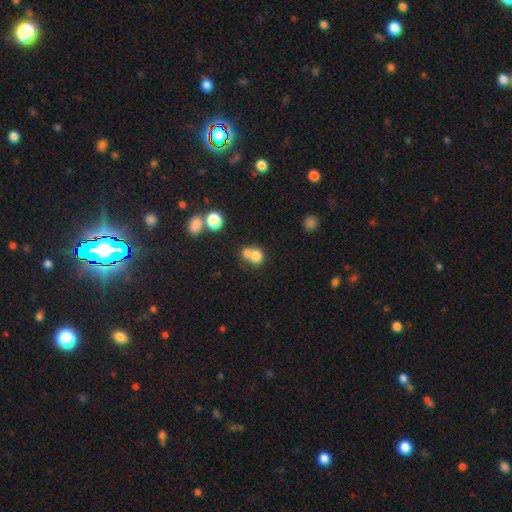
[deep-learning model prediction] Smooth or featured: smooth — 75% (featured or disk — 13%)
How rounded: round — 76% (in between — 23%)
Merging: merger — 57% (none — 33%)